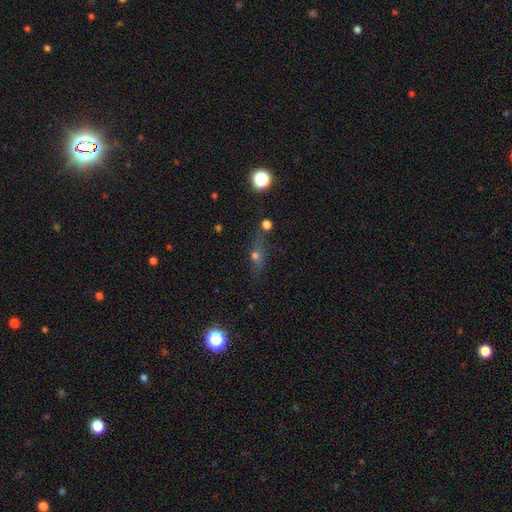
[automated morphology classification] Overall: smooth (43%; featured or disk 33%). Merging: none (67%).